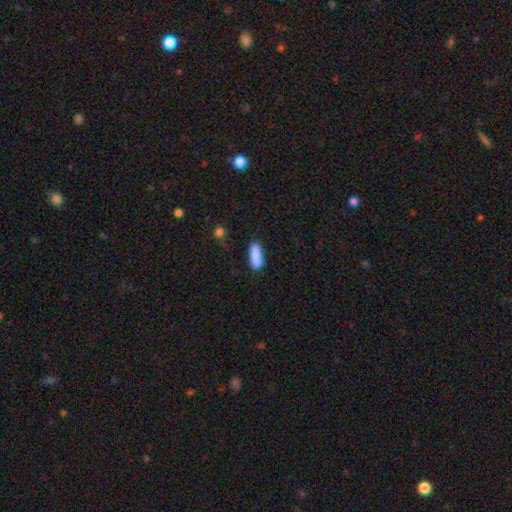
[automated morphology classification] This appears to be a smooth galaxy with no disk features (88%) that is in between round and cigar-shaped (64%). Merging: none (75%).